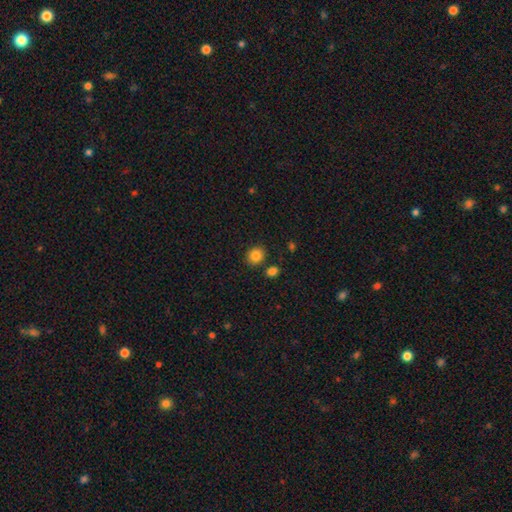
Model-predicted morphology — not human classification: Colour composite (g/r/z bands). It shows a smooth galaxy with no disk features (85%) that is round (70%). Merging: none (82%).